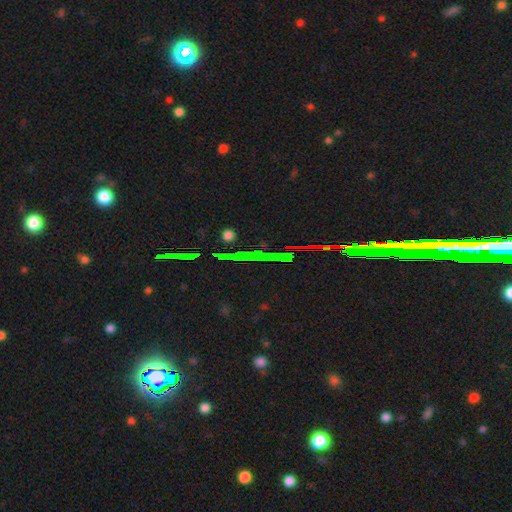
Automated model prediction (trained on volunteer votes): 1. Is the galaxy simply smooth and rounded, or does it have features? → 78% star or artifact, 12% featured or disk, 10% smooth.